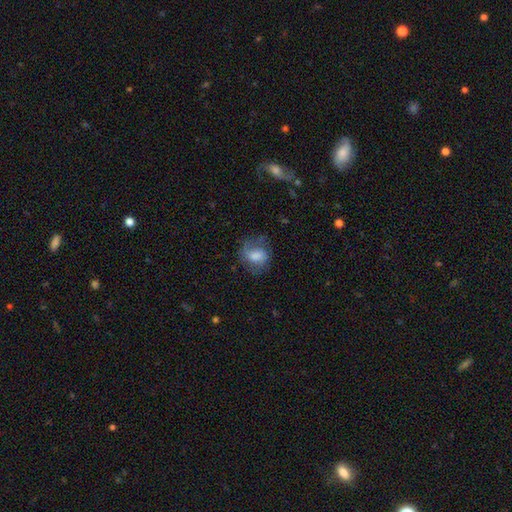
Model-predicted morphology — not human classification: Q: Smooth or featured?
A: smooth (51%); runner-up: featured or disk (38%)
Q: How rounded?
A: in between (51%); runner-up: round (47%)
Q: Merging?
A: none (57%); runner-up: minor disturbance (25%)